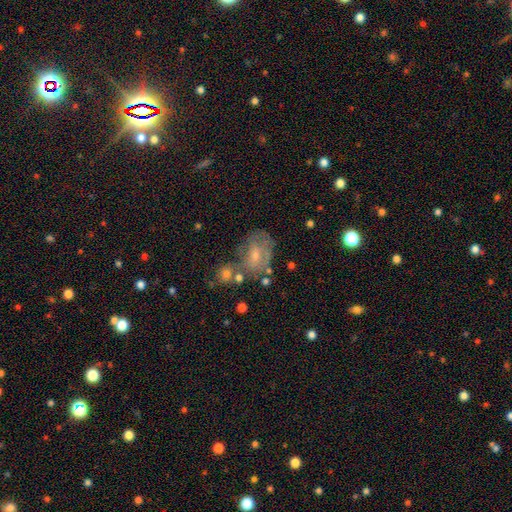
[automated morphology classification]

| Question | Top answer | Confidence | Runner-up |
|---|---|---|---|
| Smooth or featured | featured or disk | 50% | smooth (39%) |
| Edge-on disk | no | 95% | yes (5%) |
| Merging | none | 41% | minor disturbance (25%) |